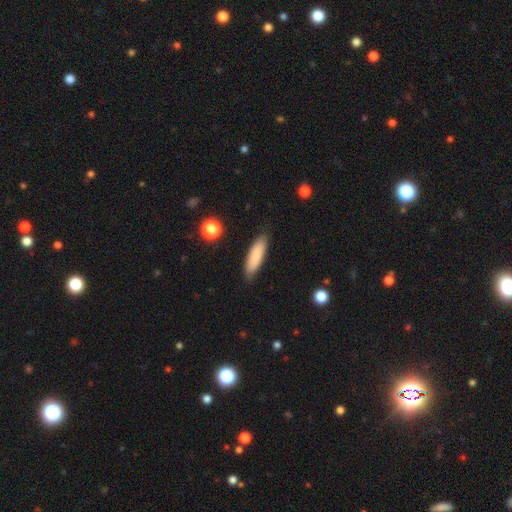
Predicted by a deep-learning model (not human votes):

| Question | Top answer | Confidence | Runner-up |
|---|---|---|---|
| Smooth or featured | smooth | 85% | featured or disk (9%) |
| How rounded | cigar-shaped | 62% | in between (37%) |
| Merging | none | 86% | minor disturbance (11%) |